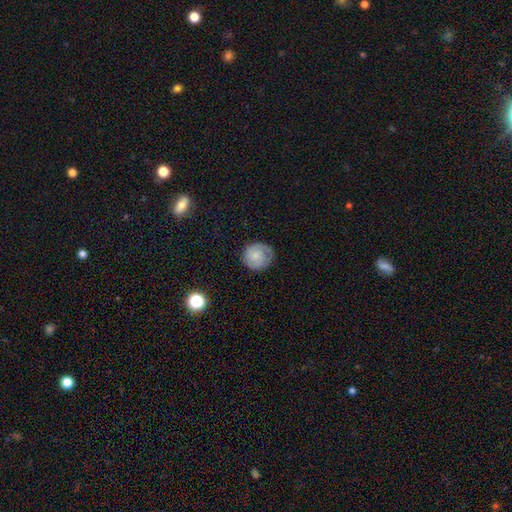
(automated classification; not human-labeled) Morphology: type=smooth (62%); roundness=round (86%); merging=none (75%).